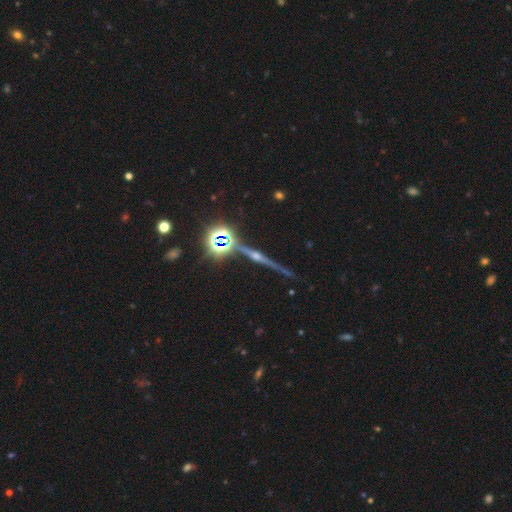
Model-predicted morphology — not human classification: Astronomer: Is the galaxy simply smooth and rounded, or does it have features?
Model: featured or disk — 74%.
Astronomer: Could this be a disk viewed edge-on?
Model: yes — 97%.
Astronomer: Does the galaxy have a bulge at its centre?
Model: rounded — 92%.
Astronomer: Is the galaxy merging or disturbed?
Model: none — 87%.